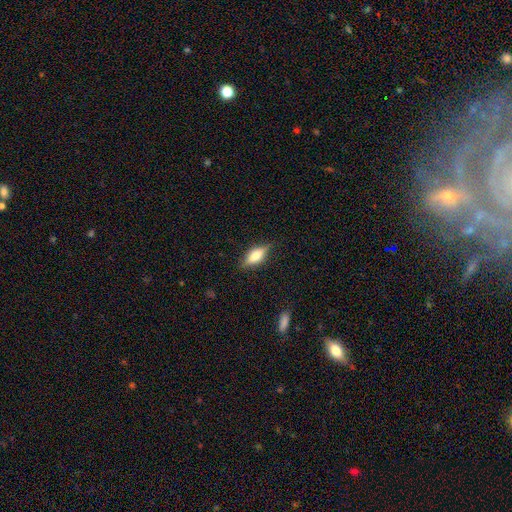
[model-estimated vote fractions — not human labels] The model was most divided on "smooth or featured": smooth: 52%, featured or disk: 41%, star or artifact: 8%. More confident: merging — none (83%); how rounded — in between (65%).